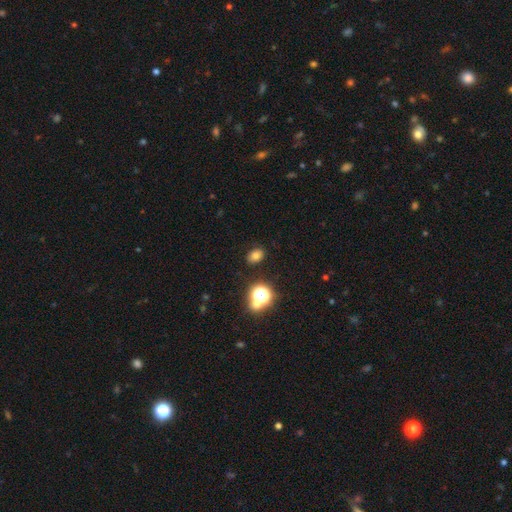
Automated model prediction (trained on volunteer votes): Overall: smooth (71%). How rounded: in between (66%; round 33%). Merging: none (86%).